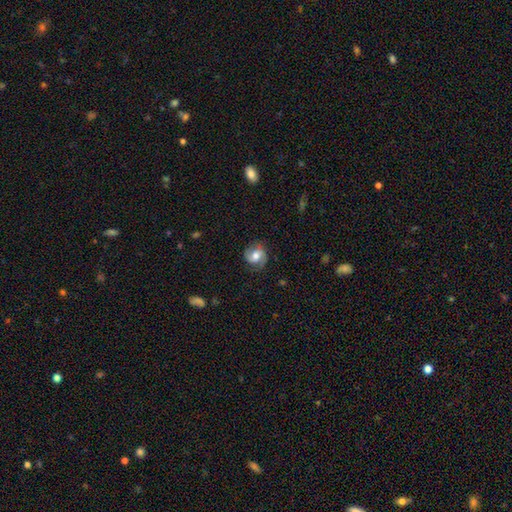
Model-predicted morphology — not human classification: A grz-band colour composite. It shows a featured or disk galaxy (56%) with no bar (48%), spiral arms (89%) and a moderate central bulge (60%). Merging: none (77%).